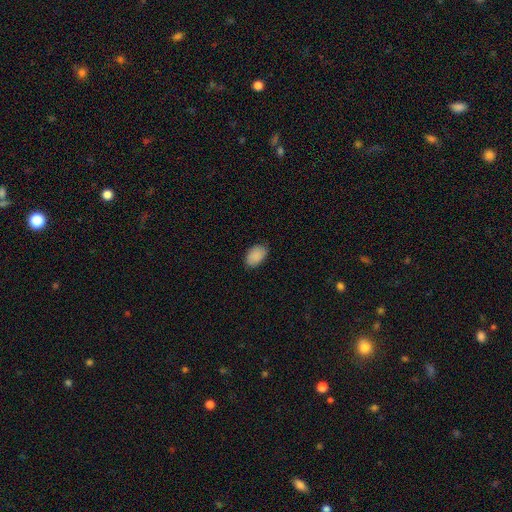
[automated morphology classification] Smooth or featured? Predicted: smooth (p=0.89). How rounded? Predicted: in between (p=0.89). Merging? Predicted: none (p=0.83).